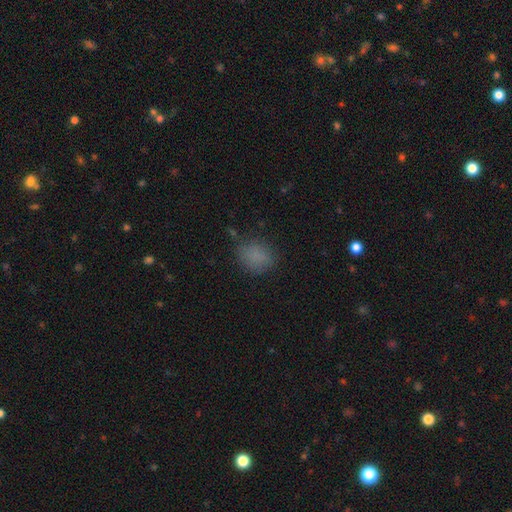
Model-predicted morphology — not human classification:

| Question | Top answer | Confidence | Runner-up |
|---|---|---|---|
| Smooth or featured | smooth | 80% | star or artifact (14%) |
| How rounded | round | 61% | in between (38%) |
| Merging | none | 76% | minor disturbance (16%) |